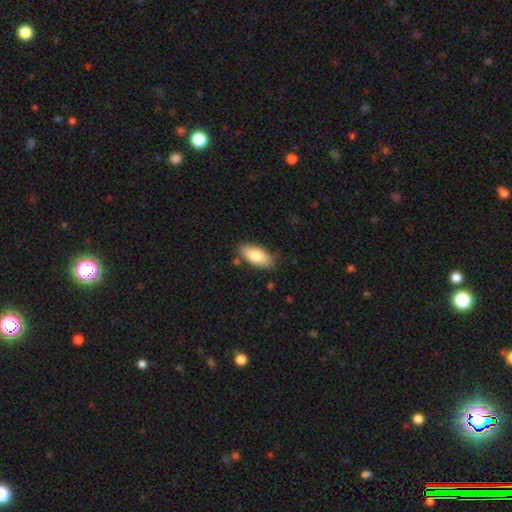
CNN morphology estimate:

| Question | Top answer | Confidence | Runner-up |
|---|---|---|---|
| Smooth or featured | smooth | 80% | featured or disk (14%) |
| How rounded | in between | 90% | cigar-shaped (8%) |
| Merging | none | 82% | minor disturbance (13%) |